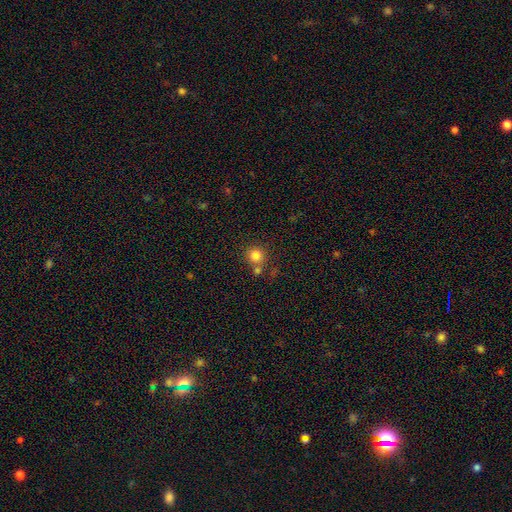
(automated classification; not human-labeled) Smooth or featured: smooth — 82% (star or artifact — 12%)
How rounded: round — 91% (in between — 8%)
Merging: none — 66% (merger — 21%)